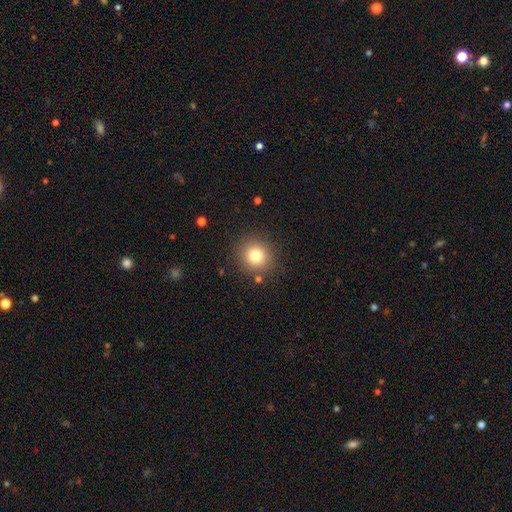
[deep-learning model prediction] The model was most divided on "smooth or featured": smooth: 79%, star or artifact: 12%, featured or disk: 9%. More confident: how rounded — round (92%); merging — none (87%).